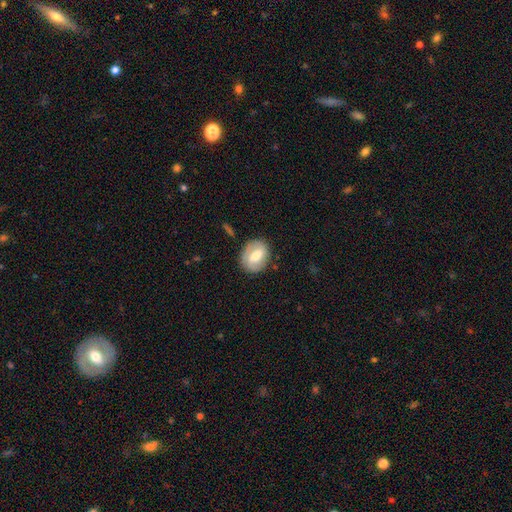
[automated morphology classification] type=featured or disk (55%); edge-on=no (96%); bar=weak (48%); spiral arms=yes (72%); bulge=moderate (61%); merging=none (79%).